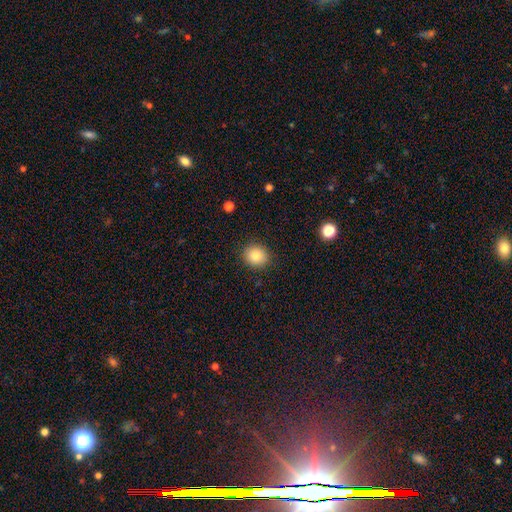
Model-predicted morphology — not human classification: This appears to be a smooth galaxy with no disk features (85%) that is round (76%). Merging: none (89%).